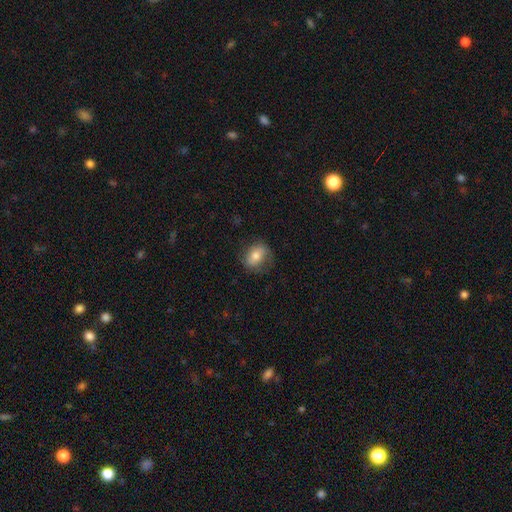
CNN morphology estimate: Q: Smooth or featured?
A: smooth (74%); runner-up: featured or disk (18%)
Q: How rounded?
A: in between (60%); runner-up: round (38%)
Q: Merging?
A: none (73%); runner-up: minor disturbance (19%)